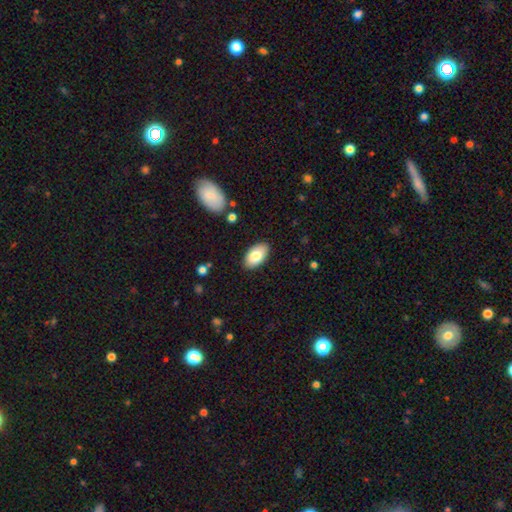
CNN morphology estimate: smooth_or_featured: smooth (p=0.82) [alt: featured or disk p=0.12]
how_rounded: in between (p=0.95) [alt: round p=0.03]
merging: none (p=0.88) [alt: minor disturbance p=0.09]